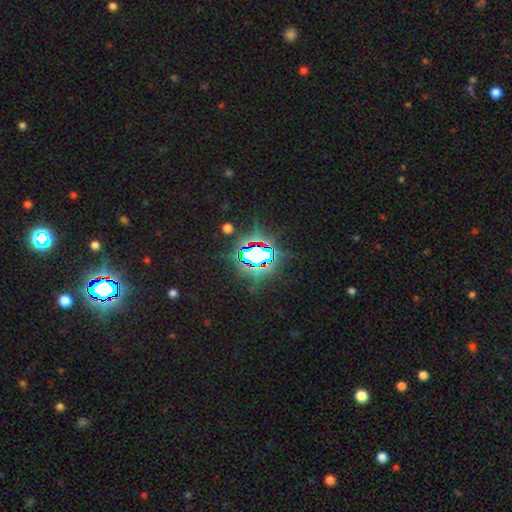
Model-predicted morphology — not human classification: Smooth or featured: star or artifact — 76% (smooth — 13%)